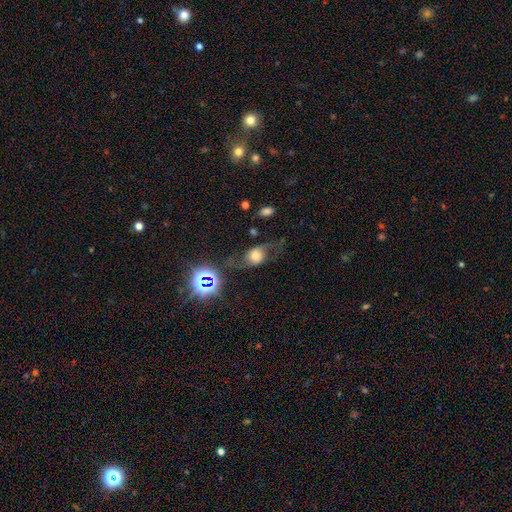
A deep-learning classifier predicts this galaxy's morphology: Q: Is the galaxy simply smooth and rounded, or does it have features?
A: featured or disk — 53%.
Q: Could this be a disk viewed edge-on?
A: no — 90%.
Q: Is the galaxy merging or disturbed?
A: none — 53%.